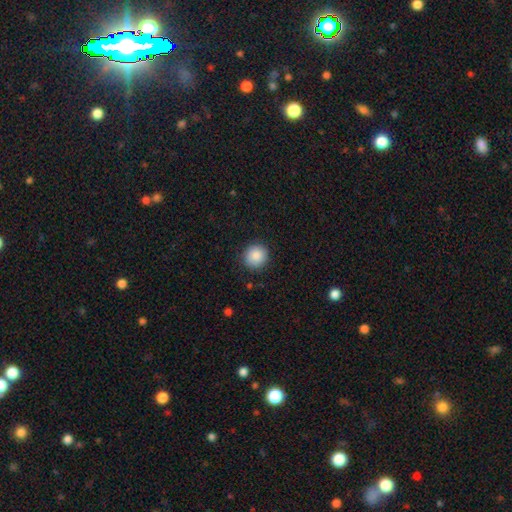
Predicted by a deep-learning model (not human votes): Morphology: type=smooth (87%); roundness=round (92%); merging=none (89%).